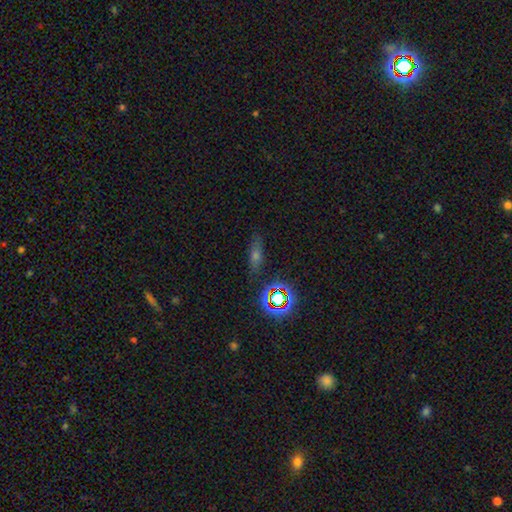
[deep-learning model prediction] Smooth or featured? Predicted: smooth (p=0.45). Merging? Predicted: none (p=0.81).